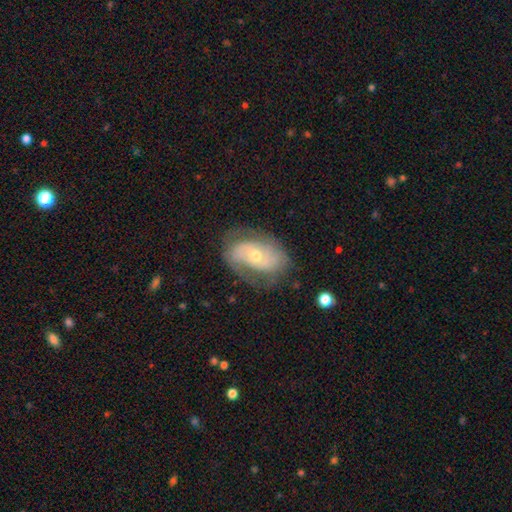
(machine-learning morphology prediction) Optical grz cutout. It shows a featured or disk galaxy (68%) with no bar (69%), spiral arms (77%) and a moderate central bulge (52%). Merging: none (64%).